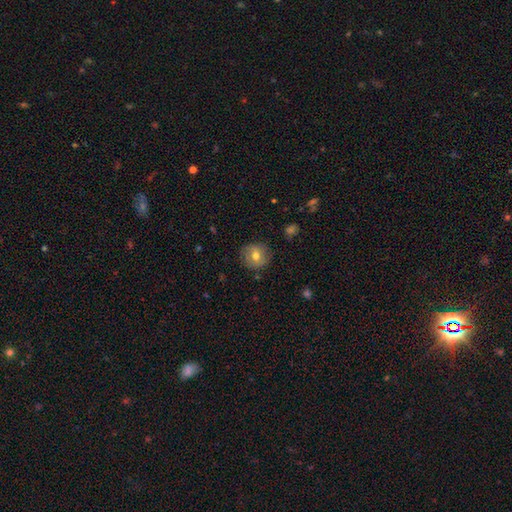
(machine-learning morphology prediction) Smooth or featured? smooth (66%)
How rounded? round (86%)
Merging? none (82%)